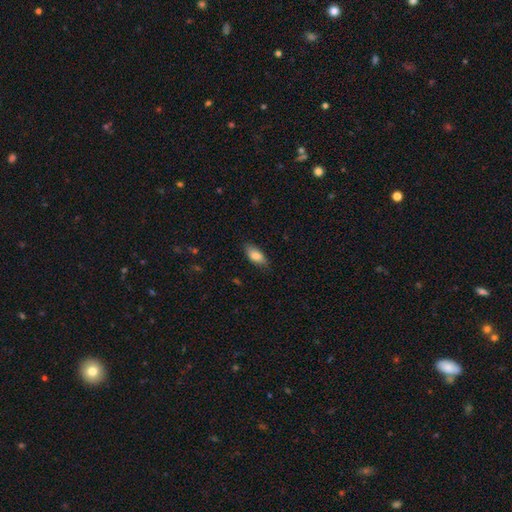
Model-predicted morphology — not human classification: This is clearly a smooth galaxy (81%). How rounded: clearly in between (88%). Merging: likely none (79%).